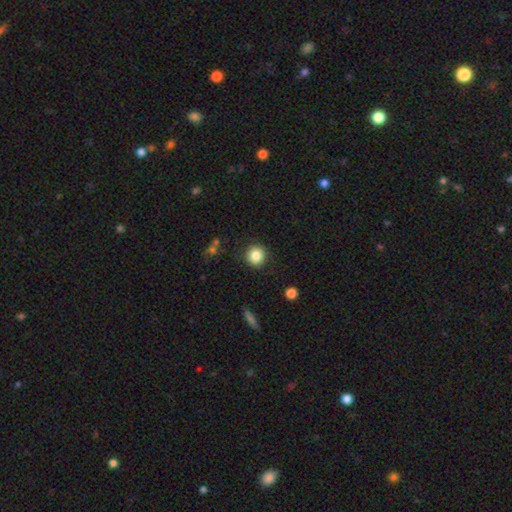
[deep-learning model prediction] Overall: smooth (84%). How rounded: round (93%). Merging: none (90%).